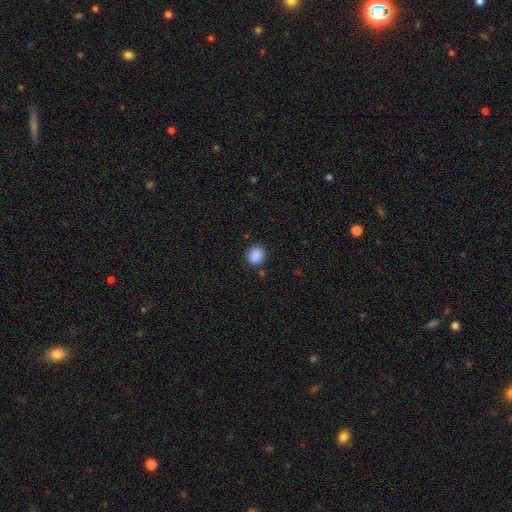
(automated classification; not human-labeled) The model was most divided on "how rounded": round: 70%, in between: 29%, cigar-shaped: 1%. More confident: smooth or featured — smooth (88%); merging — none (83%).